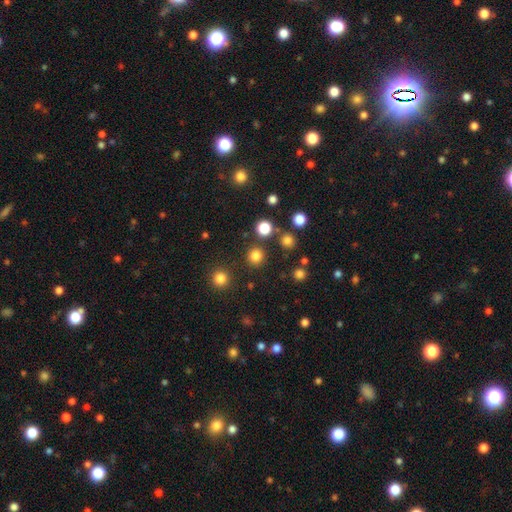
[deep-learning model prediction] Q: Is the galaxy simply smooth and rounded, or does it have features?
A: smooth — 82%.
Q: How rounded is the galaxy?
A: round — 94%.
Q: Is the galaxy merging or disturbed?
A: none — 89%.